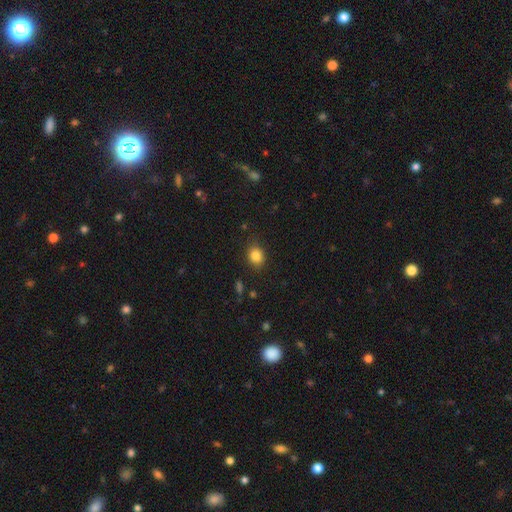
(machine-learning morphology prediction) This appears to be a smooth galaxy with no disk features (84%) that is round (55%). Merging: none (82%).